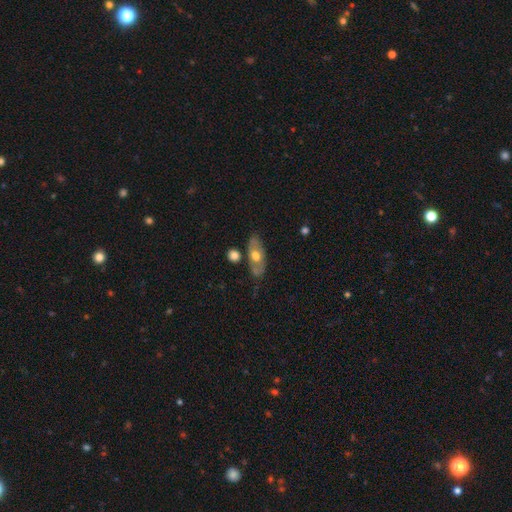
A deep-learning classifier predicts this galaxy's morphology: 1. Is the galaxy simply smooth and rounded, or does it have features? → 48% smooth, 46% featured or disk, 6% star or artifact.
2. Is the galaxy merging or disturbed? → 72% none, 15% minor disturbance, 8% merger, 4% major disturbance.